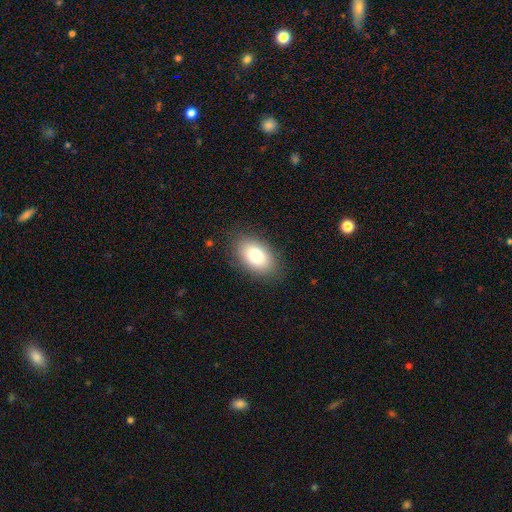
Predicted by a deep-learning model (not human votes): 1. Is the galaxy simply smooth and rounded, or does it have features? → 80% smooth, 12% featured or disk, 8% star or artifact.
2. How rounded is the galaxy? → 91% in between, 8% round, 1% cigar-shaped.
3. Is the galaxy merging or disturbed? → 86% none, 10% minor disturbance, 3% major disturbance, 1% merger.